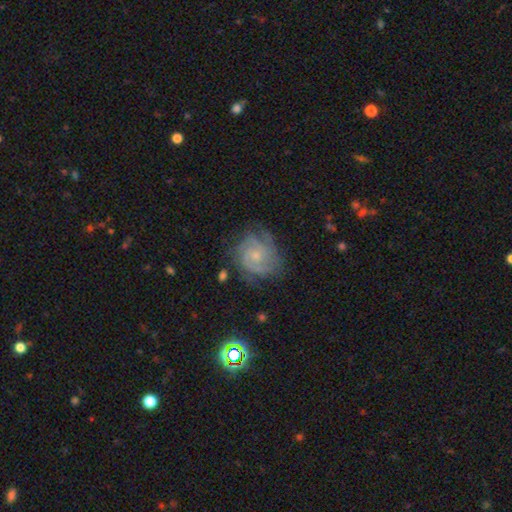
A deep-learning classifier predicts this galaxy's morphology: Smooth or featured? Predicted: featured or disk (p=0.78). Edge-on disk? Predicted: no (p=0.98). Bar? Predicted: no (p=0.72). Spiral arms? Predicted: yes (p=0.94). Spiral winding? Predicted: tight (p=0.58). Spiral arm count? Predicted: 2 (p=0.28). Bulge size? Predicted: small (p=0.67). Merging? Predicted: none (p=0.67).